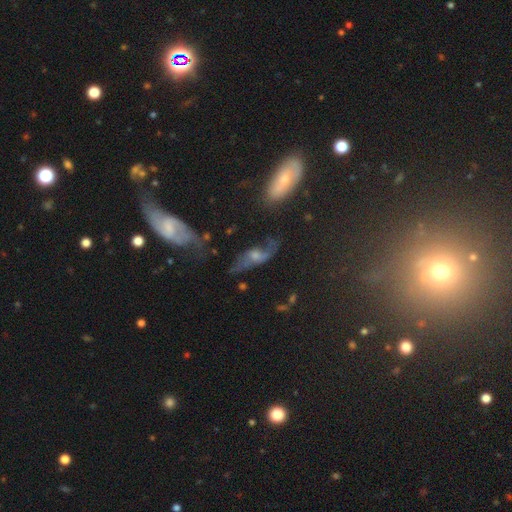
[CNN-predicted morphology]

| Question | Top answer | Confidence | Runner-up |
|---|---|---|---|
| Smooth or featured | featured or disk | 57% | smooth (25%) |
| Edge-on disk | no | 74% | yes (26%) |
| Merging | none | 52% | minor disturbance (23%) |